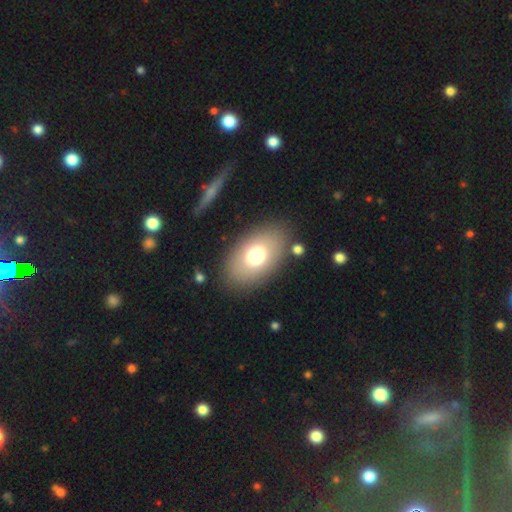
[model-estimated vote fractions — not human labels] The model was most divided on "smooth or featured": smooth: 70%, featured or disk: 21%, star or artifact: 10%. More confident: how rounded — in between (86%); merging — none (84%).